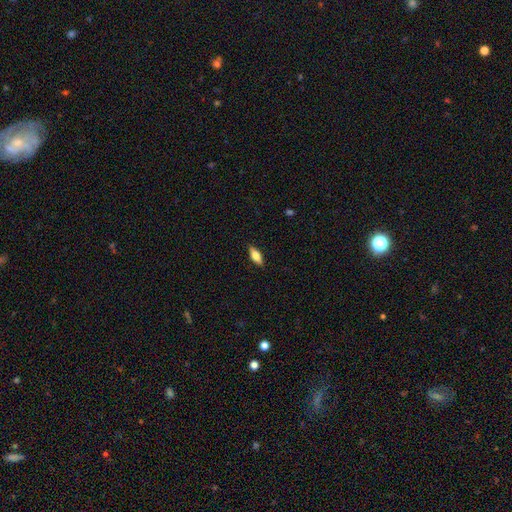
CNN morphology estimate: Q: Smooth or featured?
A: smooth (64%); runner-up: featured or disk (29%)
Q: How rounded?
A: in between (72%); runner-up: cigar-shaped (25%)
Q: Merging?
A: none (88%); runner-up: minor disturbance (9%)